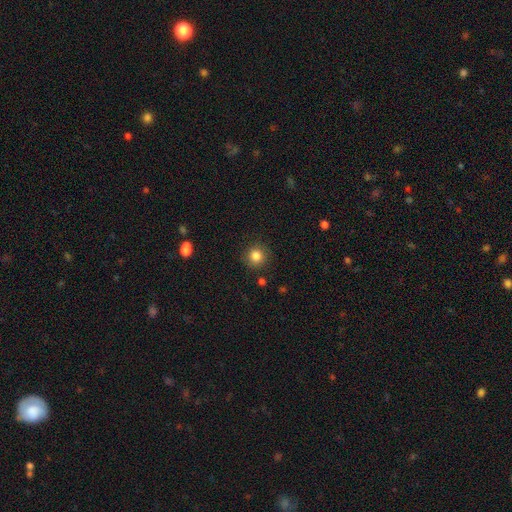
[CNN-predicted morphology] Smooth or featured? smooth (84%)
How rounded? round (92%)
Merging? none (88%)